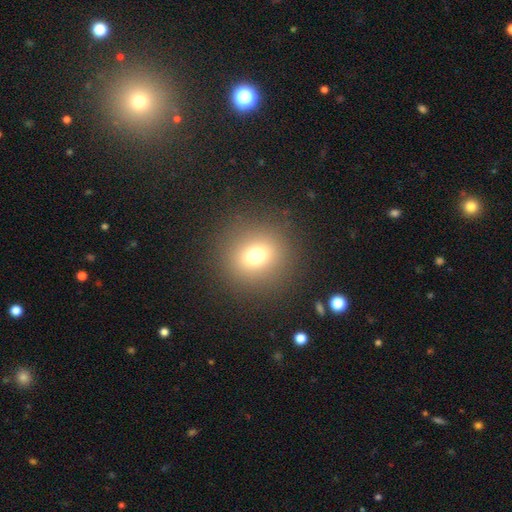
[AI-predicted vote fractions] Smooth or featured?
  - smooth: 71% *
  - star or artifact: 19%
  - featured or disk: 10%
How rounded?
  - round: 85% *
  - in between: 14%
  - cigar-shaped: 1%
Merging?
  - none: 88% *
  - minor disturbance: 6%
  - major disturbance: 4%
  - merger: 1%